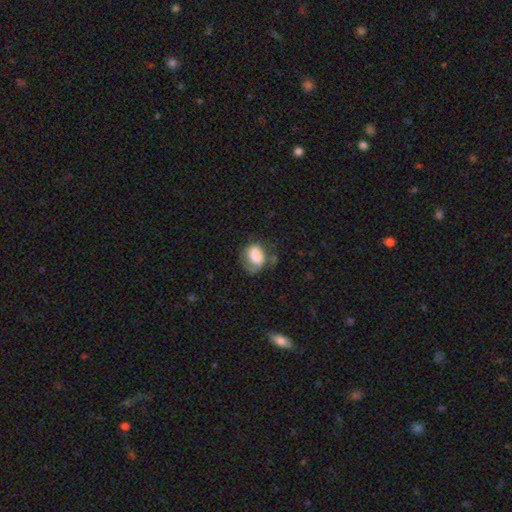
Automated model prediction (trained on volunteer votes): Overall: smooth (74%). How rounded: in between (63%; round 36%). Merging: none (38%; minor disturbance 31%).